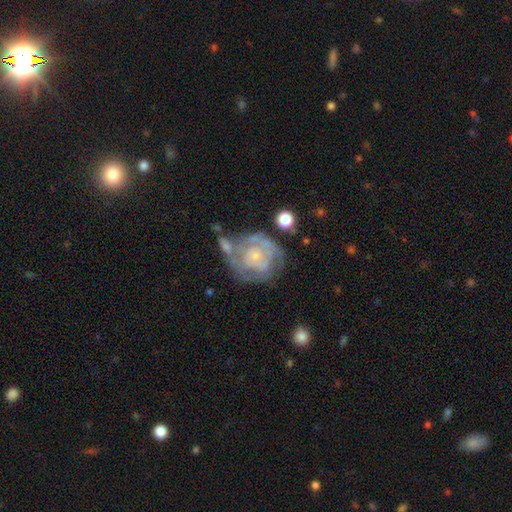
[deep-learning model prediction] Smooth or featured: featured or disk — 73% (smooth — 21%)
Edge-on disk: no — 98% (yes — 2%)
Bar: no — 81% (weak — 15%)
Spiral arms: yes — 72% (no — 28%)
Spiral winding: tight — 63% (medium — 26%)
Spiral arm count: can't tell — 48% (2 — 25%)
Bulge size: small — 66% (moderate — 21%)
Merging: none — 43% (minor disturbance — 24%)